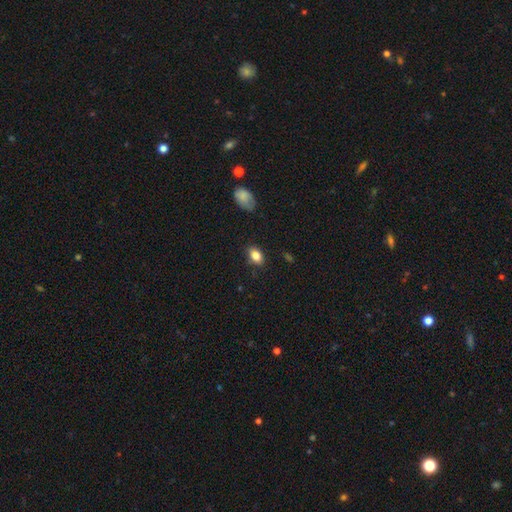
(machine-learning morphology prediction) smooth 83%, star or artifact 9%, featured or disk 8%. Down the decision tree: how rounded — in between (84%); merging — none (84%).